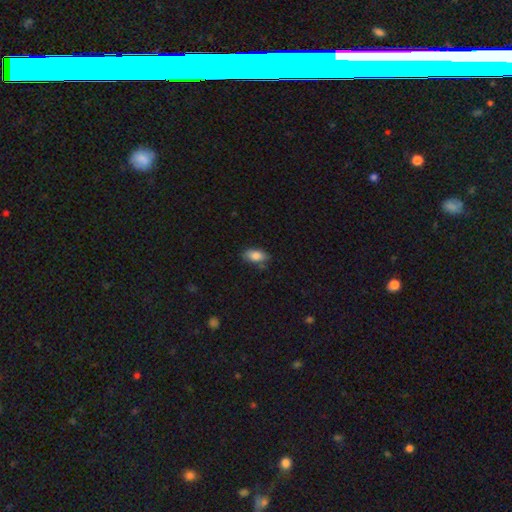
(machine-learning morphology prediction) Smooth or featured?
  - smooth: 83% *
  - featured or disk: 10%
  - star or artifact: 7%
How rounded?
  - in between: 91% *
  - cigar-shaped: 5%
  - round: 4%
Merging?
  - none: 71% *
  - minor disturbance: 22%
  - major disturbance: 4%
  - merger: 3%